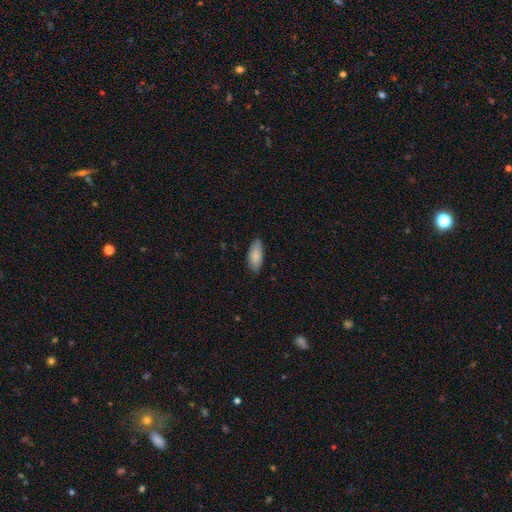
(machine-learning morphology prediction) A smooth galaxy with no disk features (86%) that is in between round and cigar-shaped (83%).

Vote fractions:
- Smooth or featured? smooth: 86% / featured or disk: 9% / star or artifact: 6%
- How rounded? in between: 83% / cigar-shaped: 15% / round: 2%
- Merging? none: 81% / minor disturbance: 16% / major disturbance: 2% / merger: 1%